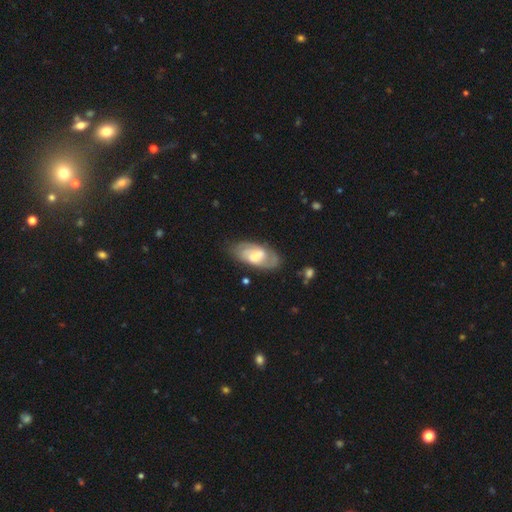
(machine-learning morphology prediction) Smooth or featured?
  - featured or disk: 65% *
  - smooth: 30%
  - star or artifact: 6%
Edge-on disk?
  - no: 93% *
  - yes: 7%
Bar?
  - weak: 52% *
  - no: 26%
  - strong: 21%
Spiral arms?
  - yes: 83% *
  - no: 17%
Bulge size?
  - moderate: 45% *
  - small: 31%
  - large: 16%
  - none: 7%
  - dominant: 2%
Merging?
  - none: 72% *
  - minor disturbance: 19%
  - major disturbance: 7%
  - merger: 2%